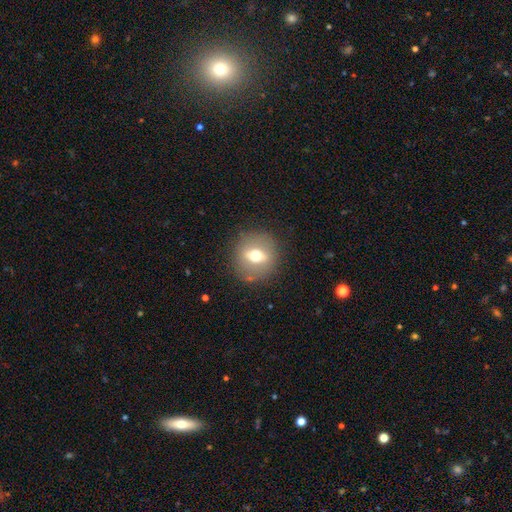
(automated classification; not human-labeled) smooth_or_featured: smooth (p=0.51) [alt: featured or disk p=0.39]
how_rounded: round (p=0.84) [alt: in between p=0.15]
merging: none (p=0.85) [alt: minor disturbance p=0.09]